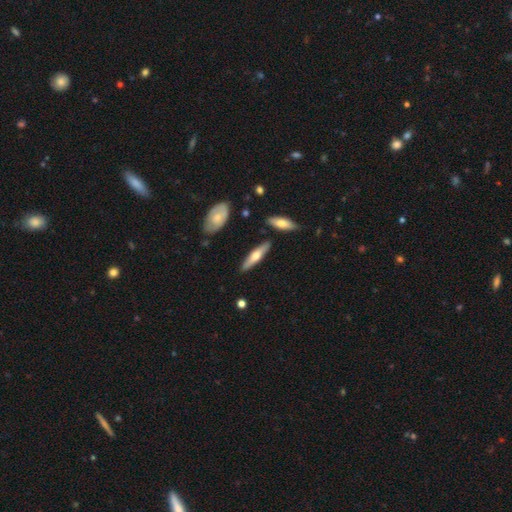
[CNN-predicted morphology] type=smooth (50%); roundness=cigar-shaped (72%); merging=none (84%).